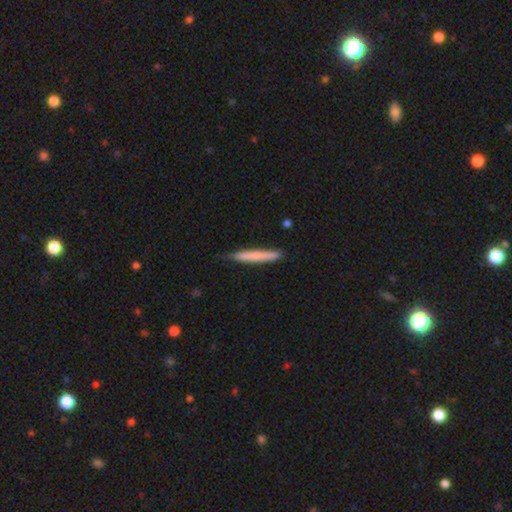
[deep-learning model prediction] This appears to be a smooth galaxy with no disk features (72%) that is cigar-shaped (96%). Merging: none (77%).